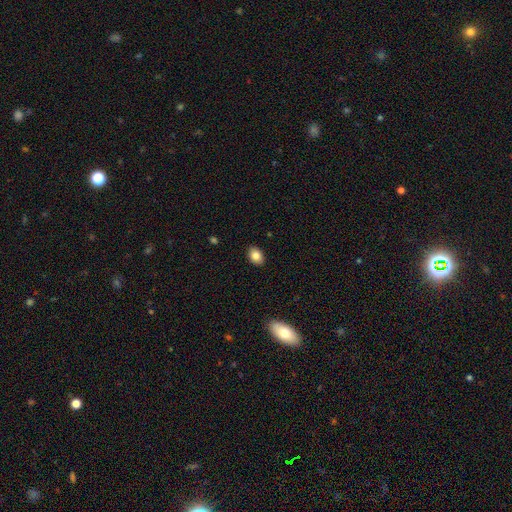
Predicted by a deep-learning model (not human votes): Morphology: type=smooth (84%); roundness=in between (77%); merging=none (89%).